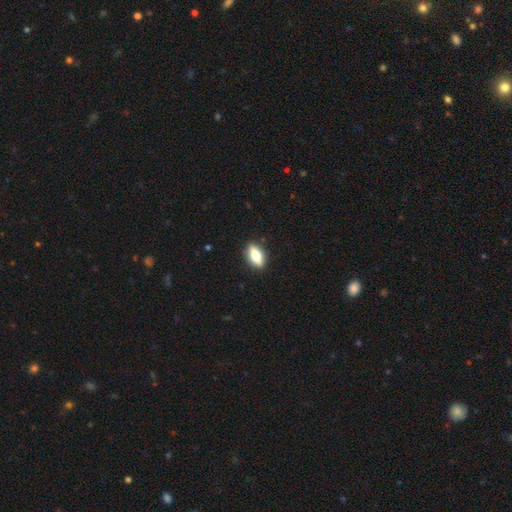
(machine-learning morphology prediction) smooth 59%, featured or disk 34%, star or artifact 7%. Down the decision tree: how rounded — in between (77%); merging — none (89%).